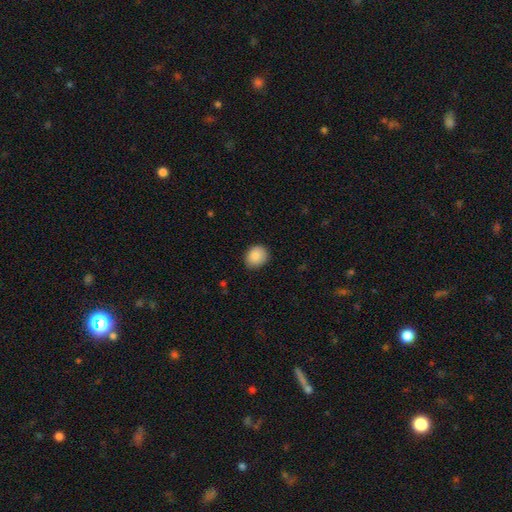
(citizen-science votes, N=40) smooth-or-featured: smooth: 88% | featured or disk: 8% | star or artifact: 5%
  how-rounded: round: 57% | in between: 43% | cigar-shaped: 0%
  merging: none: 82% | minor disturbance: 11% | major disturbance: 8% | merger: 0%